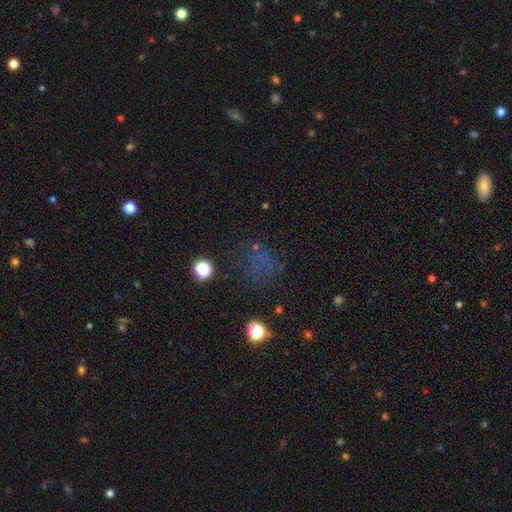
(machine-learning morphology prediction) This appears to be a smooth galaxy with no disk features (46%). Merging: none (64%).